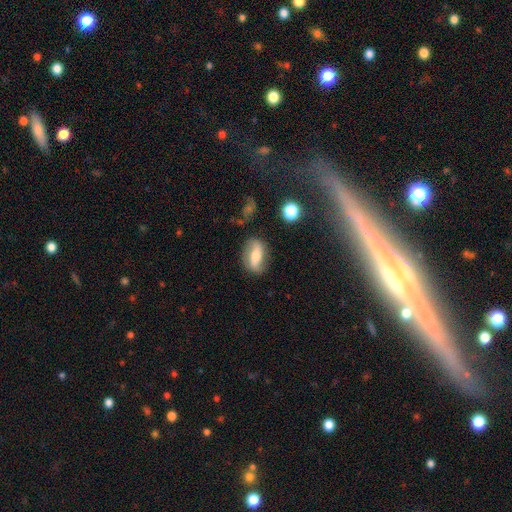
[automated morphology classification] Overall: featured or disk (54%; smooth 38%). Edge-on disk: no (85%). Merging: none (77%).